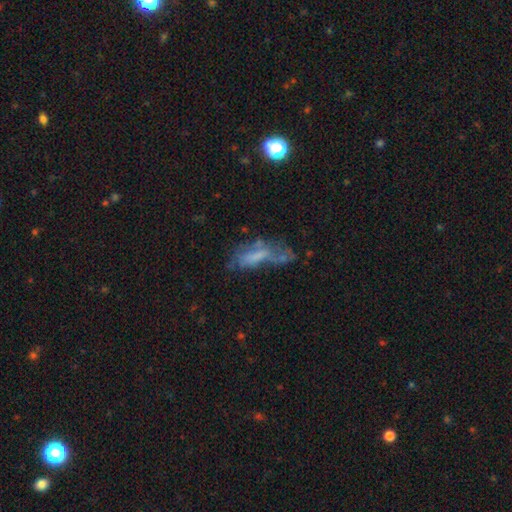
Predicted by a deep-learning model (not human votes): Smooth or featured: smooth — 43% (featured or disk — 42%)
Merging: major disturbance — 34% (none — 30%)